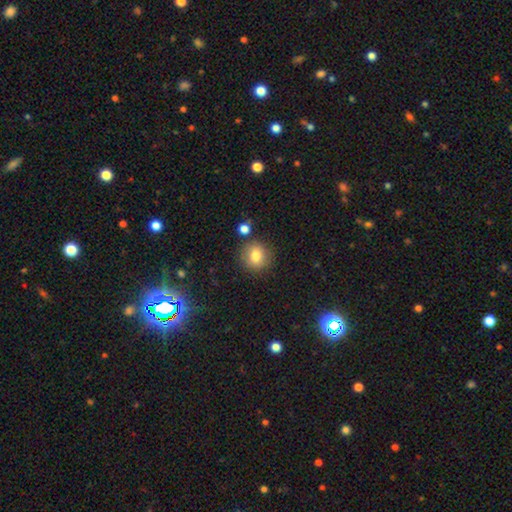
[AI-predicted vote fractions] Smooth or featured? smooth (80%)
How rounded? round (88%)
Merging? none (83%)